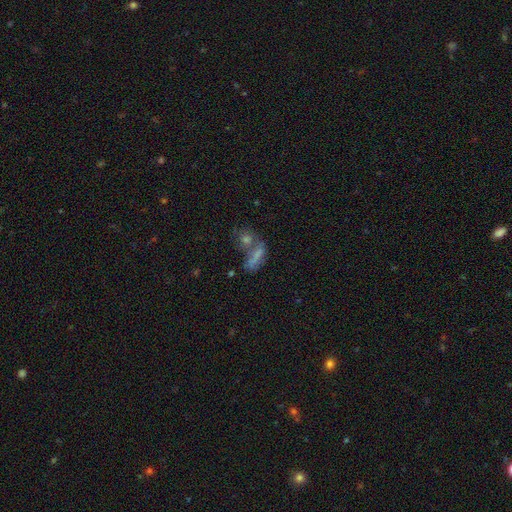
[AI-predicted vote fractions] Overall: smooth (56%; featured or disk 26%). How rounded: in between (60%; cigar-shaped 27%). Merging: merger (43%; none 32%).